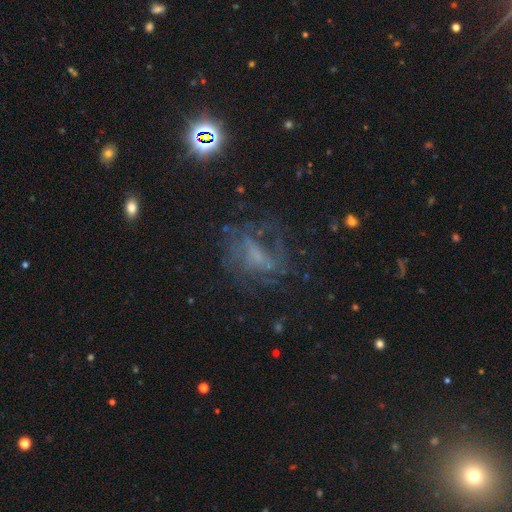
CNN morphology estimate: Q: Smooth or featured?
A: featured or disk (55%); runner-up: star or artifact (24%)
Q: Edge-on disk?
A: no (95%); runner-up: yes (5%)
Q: Bar?
A: no (51%); runner-up: weak (36%)
Q: Spiral arms?
A: yes (62%); runner-up: no (38%)
Q: Bulge size?
A: none (45%); runner-up: small (30%)
Q: Merging?
A: none (55%); runner-up: major disturbance (24%)